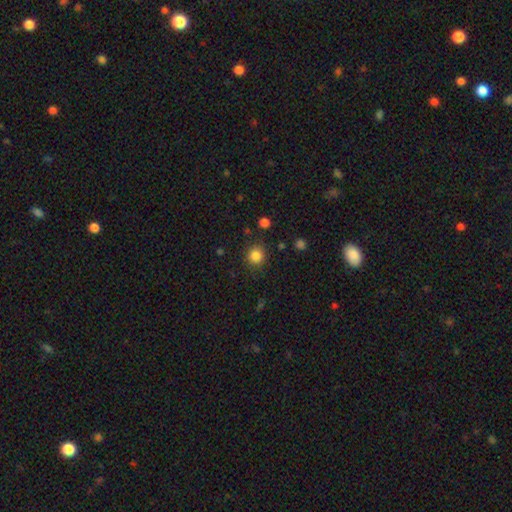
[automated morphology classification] Smooth or featured? smooth (84%)
How rounded? round (90%)
Merging? none (87%)